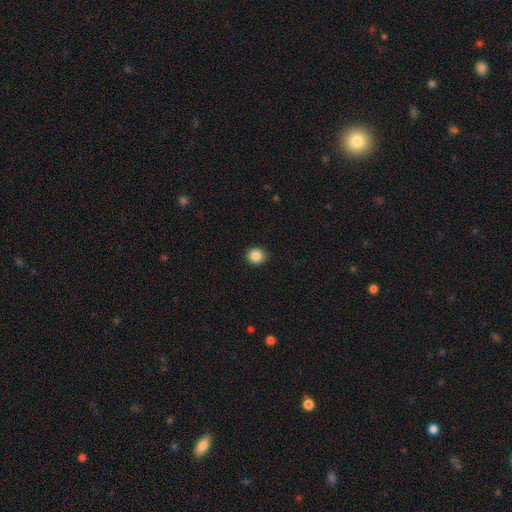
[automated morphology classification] A smooth galaxy with no disk features (87%) that is round (86%). Merging: none (88%).